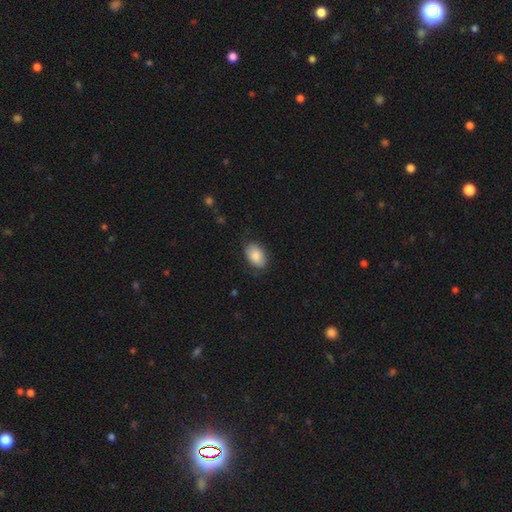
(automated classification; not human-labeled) Smooth or featured: smooth — 86% (featured or disk — 7%)
How rounded: in between — 90% (round — 9%)
Merging: none — 78% (minor disturbance — 17%)